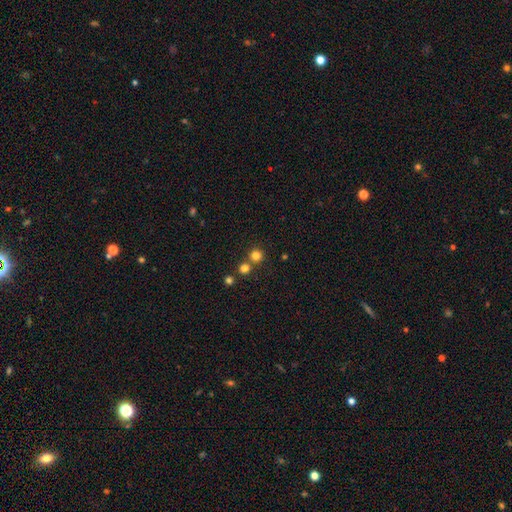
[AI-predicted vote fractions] This is likely a smooth galaxy (78%). How rounded: clearly round (93%). Merging: likely none (69%).